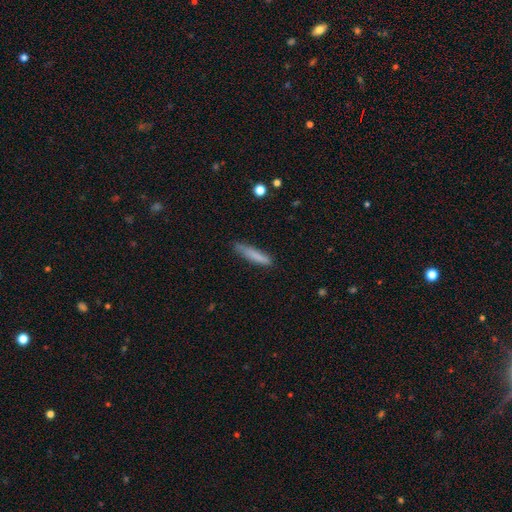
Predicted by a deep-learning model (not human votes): The model was most divided on "merging": none: 74%, minor disturbance: 20%, major disturbance: 4%, merger: 2%. More confident: how rounded — cigar-shaped (89%); smooth or featured — smooth (80%).